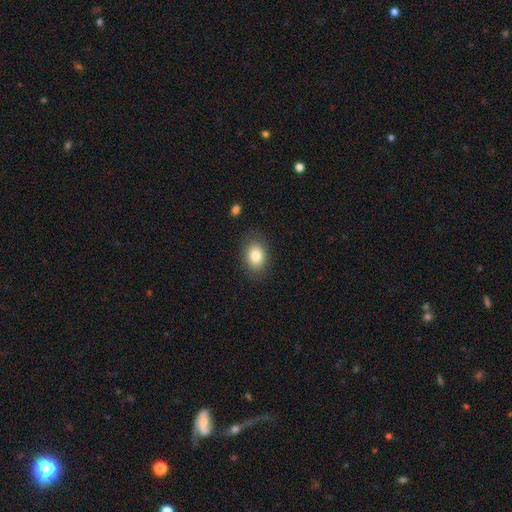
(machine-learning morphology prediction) smooth 81%, featured or disk 10%, star or artifact 8%. Down the decision tree: how rounded — in between (73%); merging — none (83%).